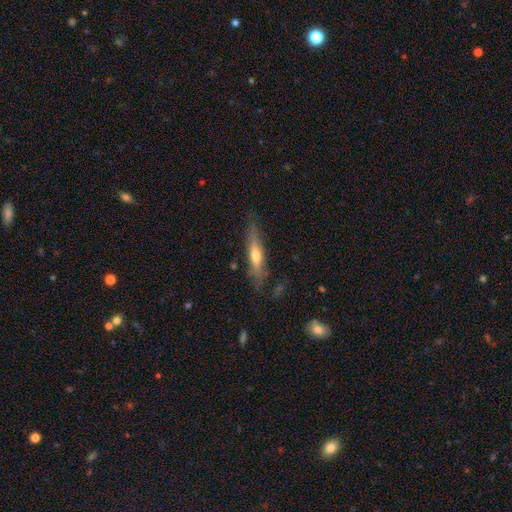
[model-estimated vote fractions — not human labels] Smooth or featured? Predicted: featured or disk (p=0.49). Merging? Predicted: none (p=0.76).